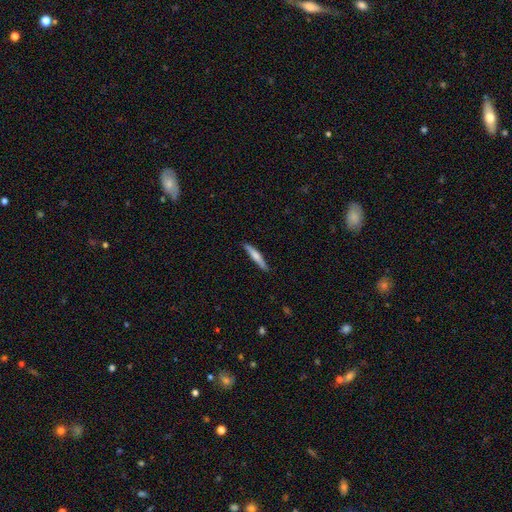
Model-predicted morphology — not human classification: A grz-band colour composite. It shows a smooth galaxy with no disk features (56%) that is cigar-shaped (93%). Merging: none (87%).